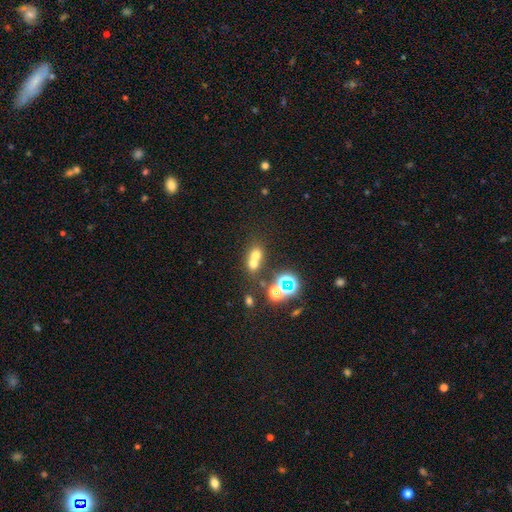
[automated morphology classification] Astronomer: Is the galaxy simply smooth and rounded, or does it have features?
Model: smooth — 58%.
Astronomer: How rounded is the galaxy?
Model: round — 69%.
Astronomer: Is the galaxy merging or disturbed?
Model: merger — 57% (runner-up: none, 34%).